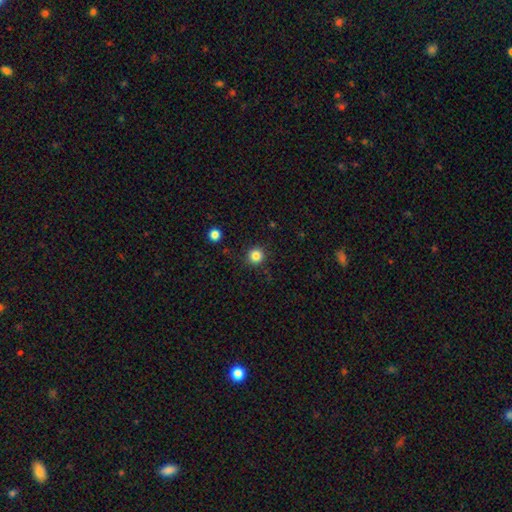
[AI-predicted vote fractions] smooth-or-featured: smooth: 83% | star or artifact: 12% | featured or disk: 4%
  how-rounded: round: 95% | in between: 4% | cigar-shaped: 1%
  merging: none: 91% | minor disturbance: 6% | major disturbance: 2% | merger: 1%